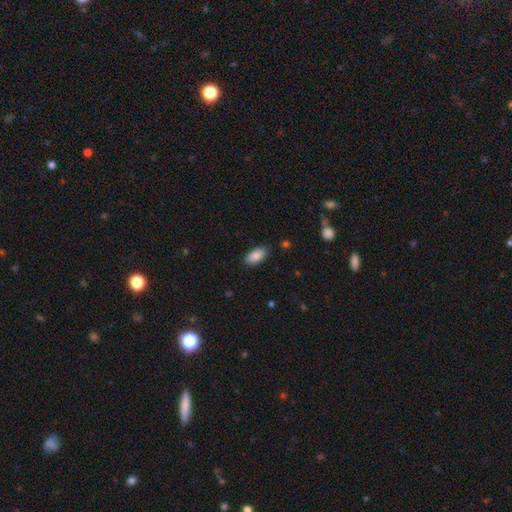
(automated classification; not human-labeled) Smooth or featured?
  - smooth: 89% *
  - star or artifact: 7%
  - featured or disk: 4%
How rounded?
  - in between: 93% *
  - cigar-shaped: 4%
  - round: 3%
Merging?
  - none: 85% *
  - minor disturbance: 11%
  - major disturbance: 3%
  - merger: 1%